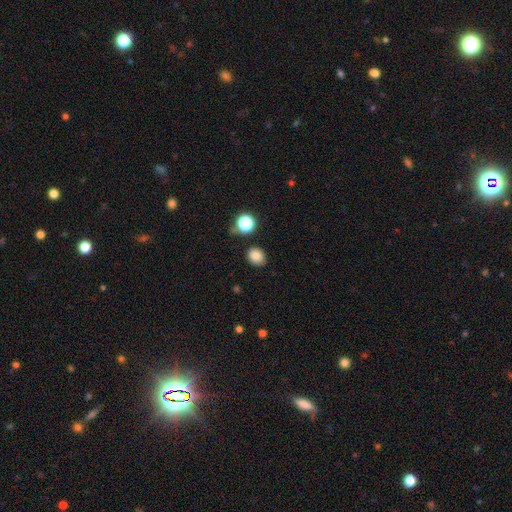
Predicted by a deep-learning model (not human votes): Smooth or featured? smooth (82%)
How rounded? round (63%)
Merging? none (79%)